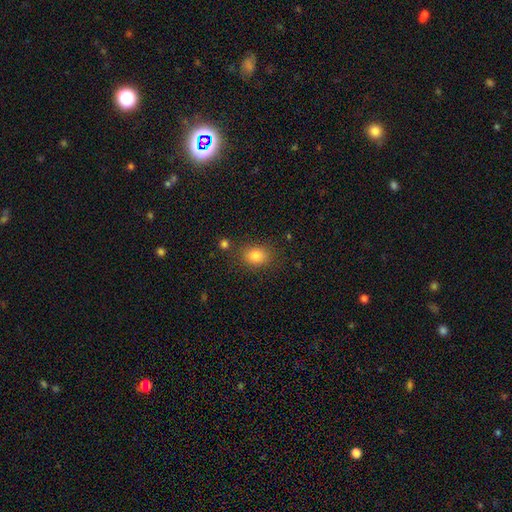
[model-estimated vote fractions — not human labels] Smooth or featured?
  - smooth: 82% *
  - star or artifact: 11%
  - featured or disk: 6%
How rounded?
  - in between: 53% *
  - round: 46%
  - cigar-shaped: 1%
Merging?
  - none: 80% *
  - minor disturbance: 12%
  - merger: 4%
  - major disturbance: 4%